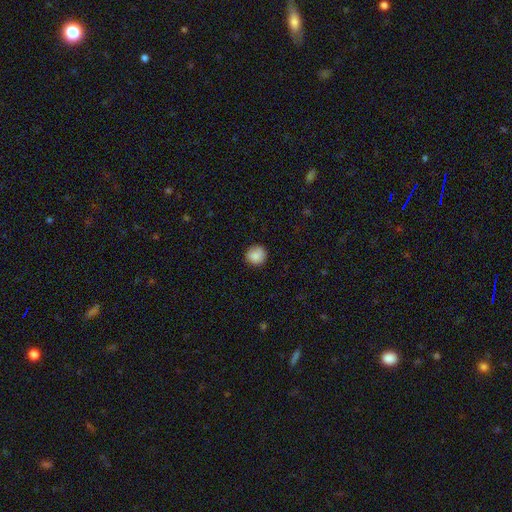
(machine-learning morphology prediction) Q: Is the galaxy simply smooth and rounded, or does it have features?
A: smooth — 88%.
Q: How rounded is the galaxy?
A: round — 92%.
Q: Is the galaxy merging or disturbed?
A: none — 88%.